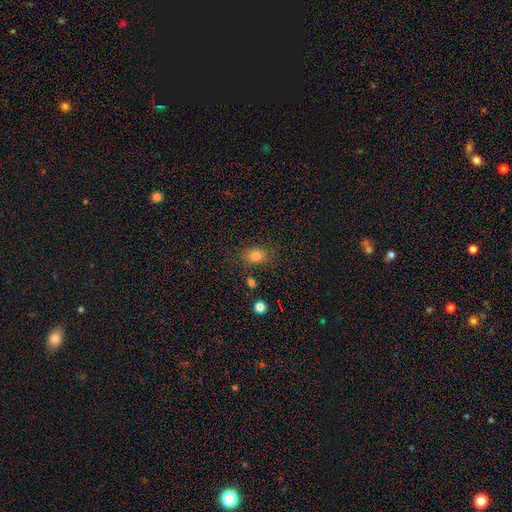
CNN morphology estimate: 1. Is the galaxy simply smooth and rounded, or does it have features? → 80% smooth, 12% star or artifact, 7% featured or disk.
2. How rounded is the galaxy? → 65% in between, 34% round, 1% cigar-shaped.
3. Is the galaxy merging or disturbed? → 77% none, 14% minor disturbance, 5% major disturbance, 4% merger.